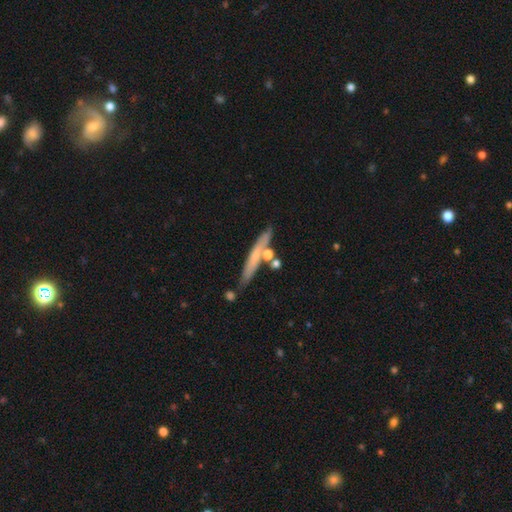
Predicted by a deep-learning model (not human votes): smooth-or-featured: smooth: 50% | featured or disk: 43% | star or artifact: 7%
  how-rounded: cigar-shaped: 92% | in between: 5% | round: 2%
  merging: none: 74% | minor disturbance: 14% | merger: 9% | major disturbance: 3%